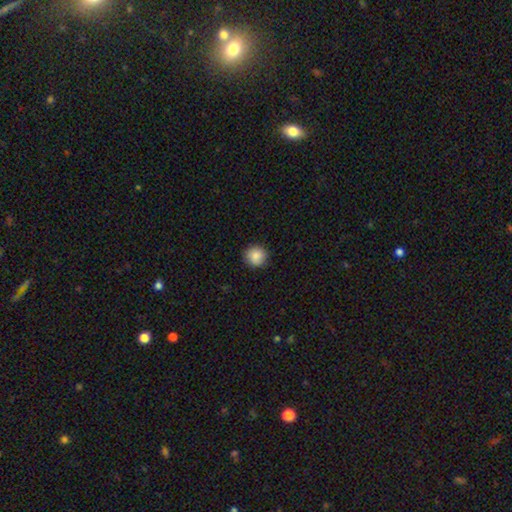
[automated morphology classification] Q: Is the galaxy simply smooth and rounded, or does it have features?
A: smooth — 86%.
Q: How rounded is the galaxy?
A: round — 92%.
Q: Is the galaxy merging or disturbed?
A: none — 89%.